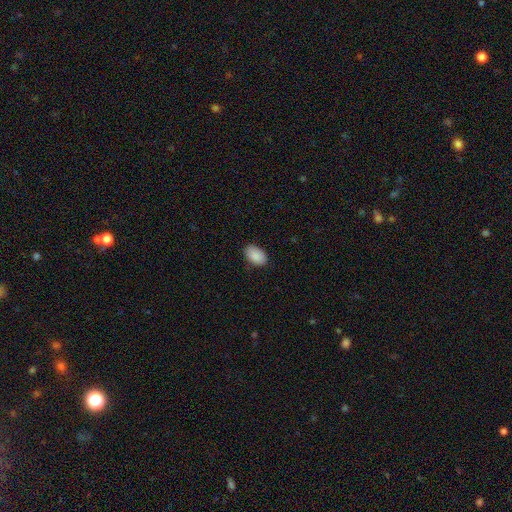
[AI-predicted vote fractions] A smooth galaxy with no disk features (90%) that is in between round and cigar-shaped (92%). Merging: none (85%).